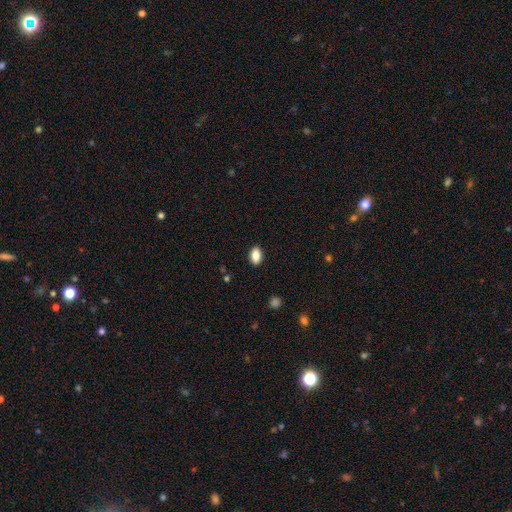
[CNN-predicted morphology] type=smooth (86%); roundness=in between (90%); merging=none (89%).